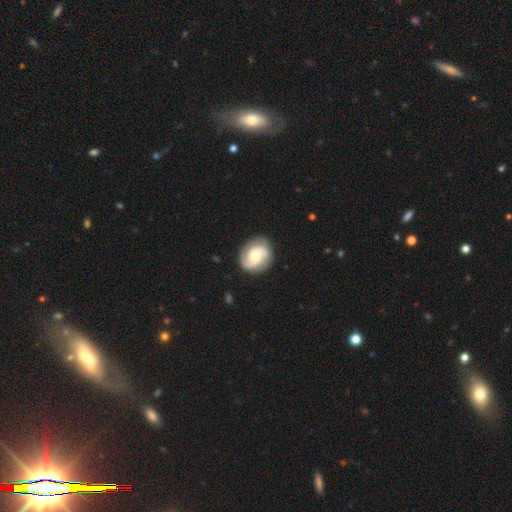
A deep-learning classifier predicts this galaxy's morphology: This appears to be a featured or disk galaxy (83%) with no bar (54%), 2 (85%) medium (48%) spiral arms (97%) and a moderate central bulge (52%). Merging: none (84%).